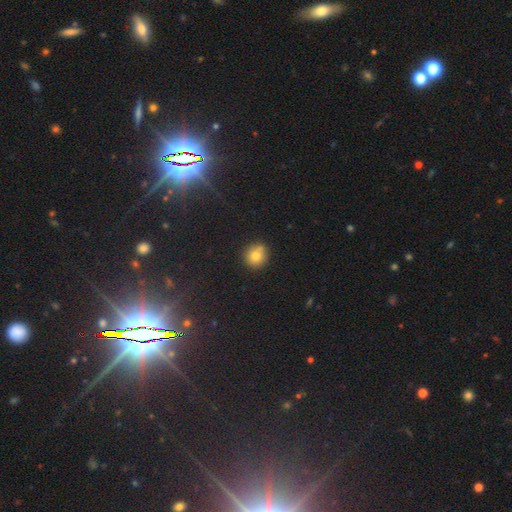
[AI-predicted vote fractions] Q: Smooth or featured?
A: smooth (78%); runner-up: star or artifact (13%)
Q: How rounded?
A: round (90%); runner-up: in between (9%)
Q: Merging?
A: none (73%); runner-up: minor disturbance (14%)